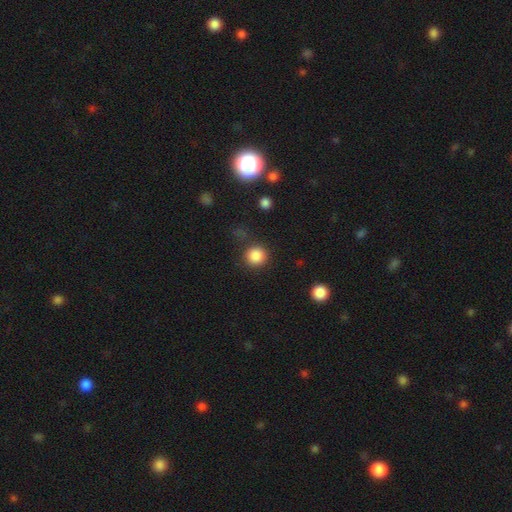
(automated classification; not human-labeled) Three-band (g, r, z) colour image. It shows a smooth galaxy with no disk features (85%) that is round (93%). Merging: none (82%).